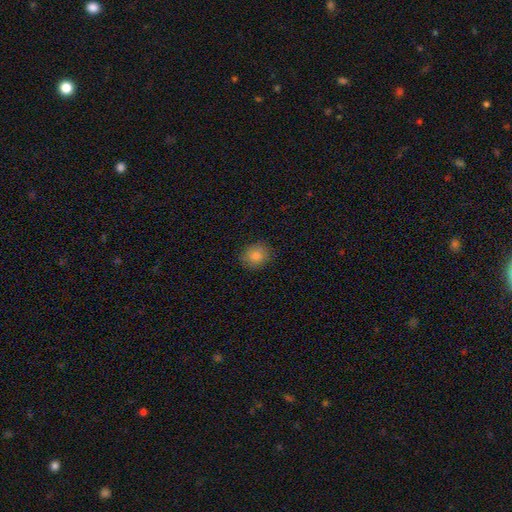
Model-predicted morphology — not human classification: A smooth galaxy with no disk features (81%) that is round (75%). Merging: none (86%).